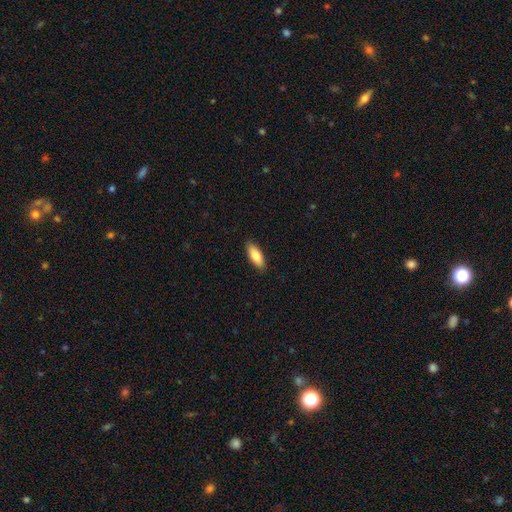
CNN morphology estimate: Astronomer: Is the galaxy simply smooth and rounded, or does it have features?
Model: smooth — 82%.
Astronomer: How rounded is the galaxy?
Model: in between — 70%.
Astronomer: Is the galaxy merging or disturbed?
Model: none — 90%.